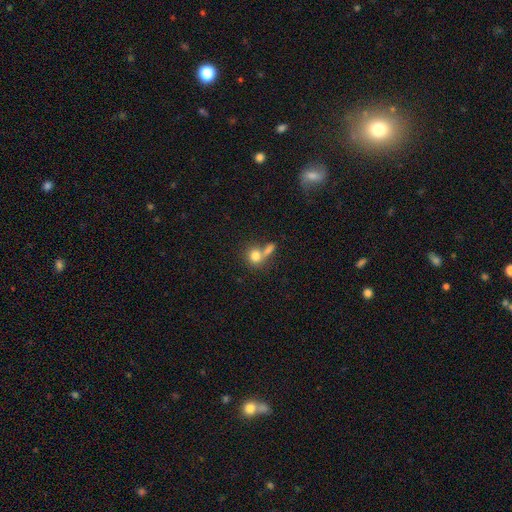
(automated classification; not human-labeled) Smooth or featured? Predicted: smooth (p=0.80). How rounded? Predicted: round (p=0.67). Merging? Predicted: merger (p=0.47).